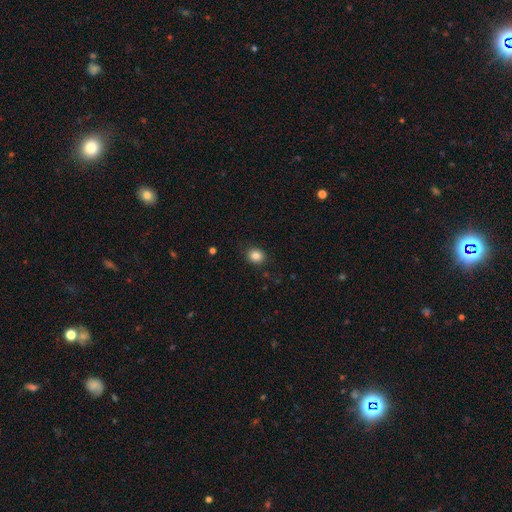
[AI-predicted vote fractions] This appears to be a smooth galaxy with no disk features (85%) that is round (75%). Merging: none (88%).